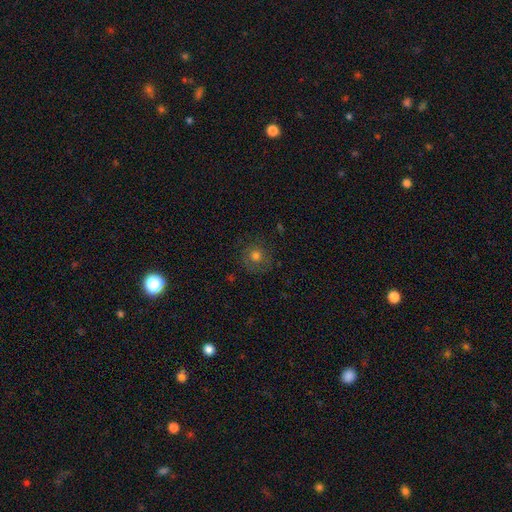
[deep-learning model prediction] smooth_or_featured: smooth (p=0.66) [alt: featured or disk p=0.18]
how_rounded: round (p=0.92) [alt: in between p=0.07]
merging: none (p=0.80) [alt: minor disturbance p=0.13]